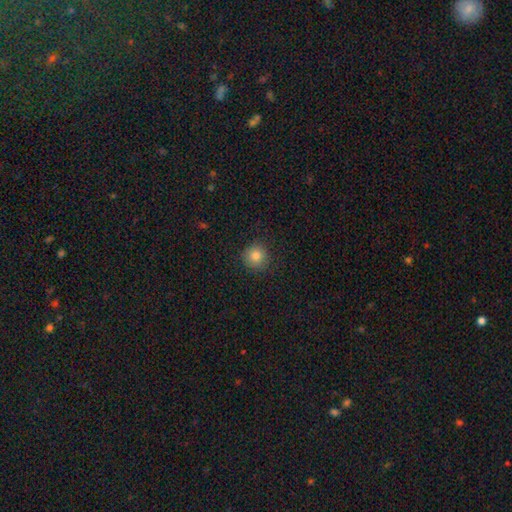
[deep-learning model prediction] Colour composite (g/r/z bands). It shows a smooth galaxy with no disk features (83%) that is round (94%). Merging: none (89%).